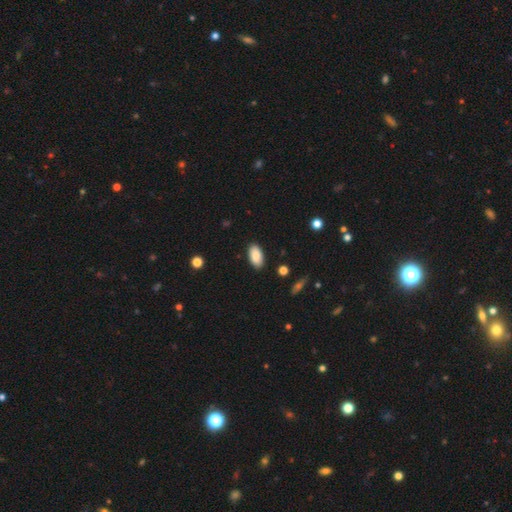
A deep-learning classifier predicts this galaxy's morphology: Overall: smooth (87%). How rounded: in between (94%). Merging: none (88%).